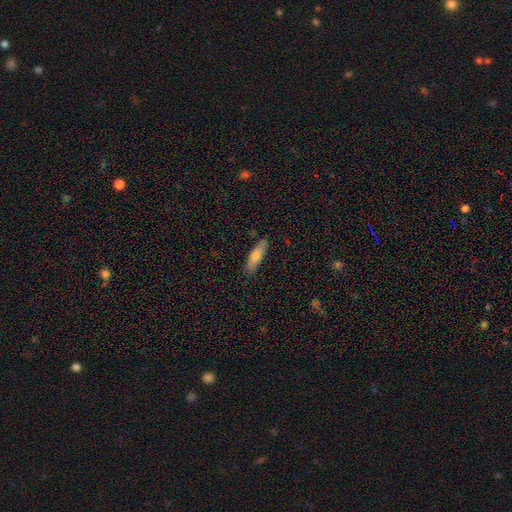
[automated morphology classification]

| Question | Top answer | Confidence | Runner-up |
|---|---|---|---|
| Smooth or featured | smooth | 69% | featured or disk (24%) |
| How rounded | cigar-shaped | 60% | in between (38%) |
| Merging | none | 86% | minor disturbance (11%) |